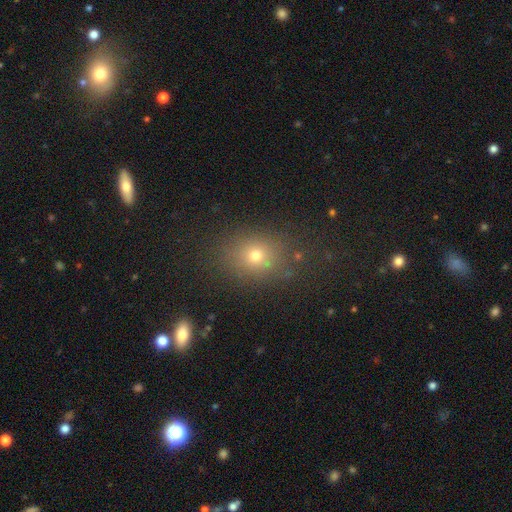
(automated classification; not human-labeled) This is likely a smooth galaxy (69%). How rounded: possibly in between (50%). Merging: clearly none (82%).